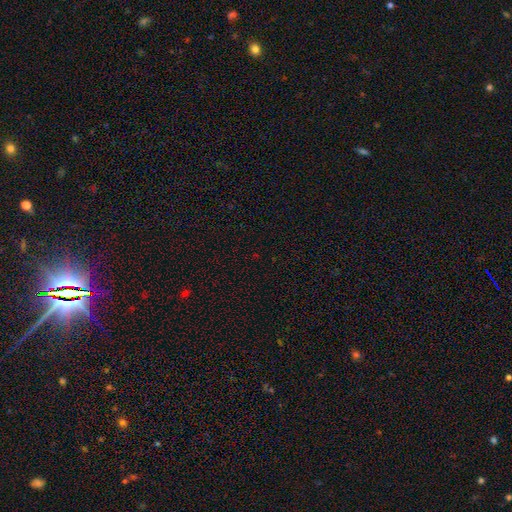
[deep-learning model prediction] The model was most divided on "smooth or featured": star or artifact: 69%, smooth: 24%, featured or disk: 6%.